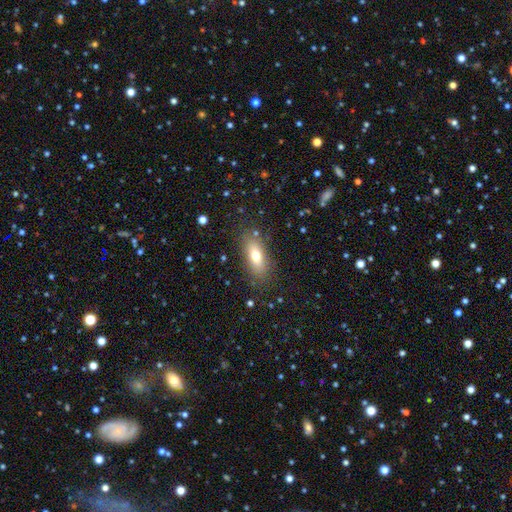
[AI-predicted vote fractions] This appears to be a smooth galaxy with no disk features (69%) that is in between round and cigar-shaped (78%). Merging: none (82%).